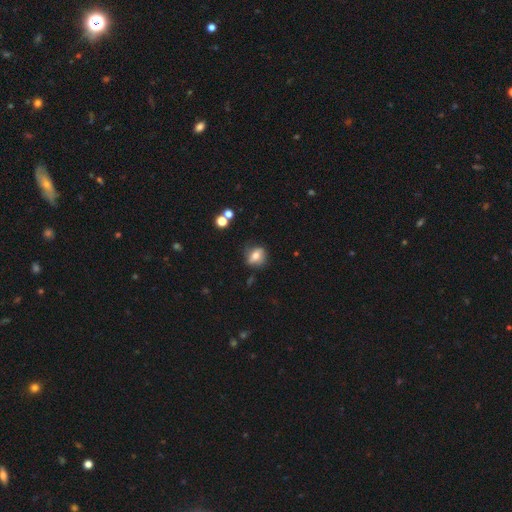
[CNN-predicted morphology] Smooth or featured? Predicted: smooth (p=0.54). How rounded? Predicted: in between (p=0.49). Merging? Predicted: none (p=0.69).